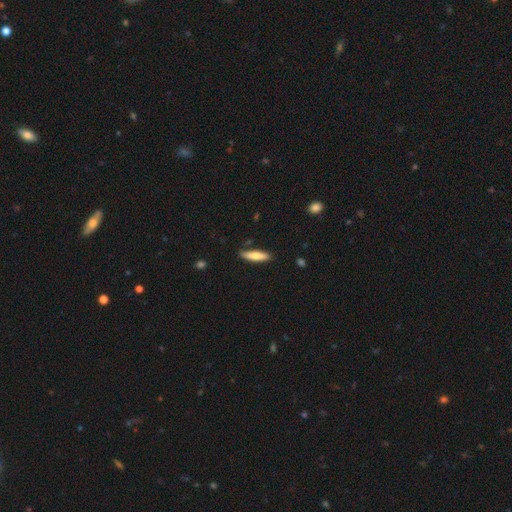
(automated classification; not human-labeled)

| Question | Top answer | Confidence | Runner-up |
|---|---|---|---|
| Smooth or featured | smooth | 71% | featured or disk (23%) |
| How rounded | cigar-shaped | 77% | in between (22%) |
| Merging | none | 84% | minor disturbance (12%) |